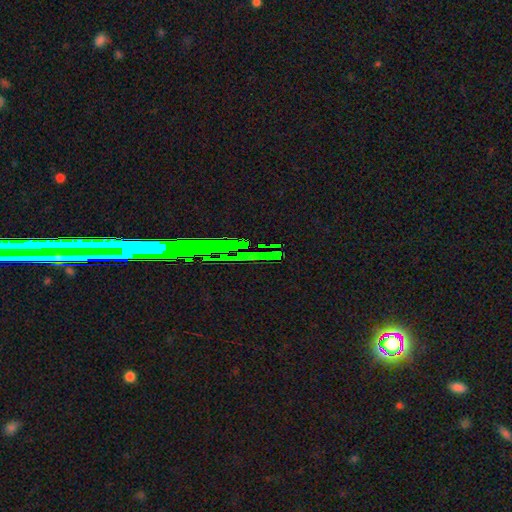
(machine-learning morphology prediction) star or artifact 75%, featured or disk 14%, smooth 11%.